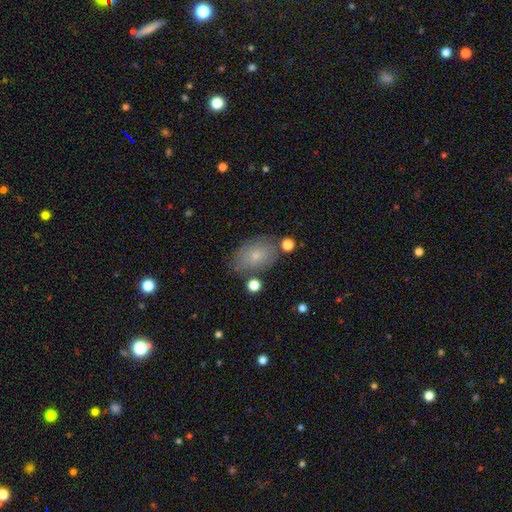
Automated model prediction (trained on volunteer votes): smooth_or_featured: smooth (p=0.72) [alt: featured or disk p=0.19]
how_rounded: in between (p=0.83) [alt: round p=0.15]
merging: none (p=0.73) [alt: minor disturbance p=0.17]